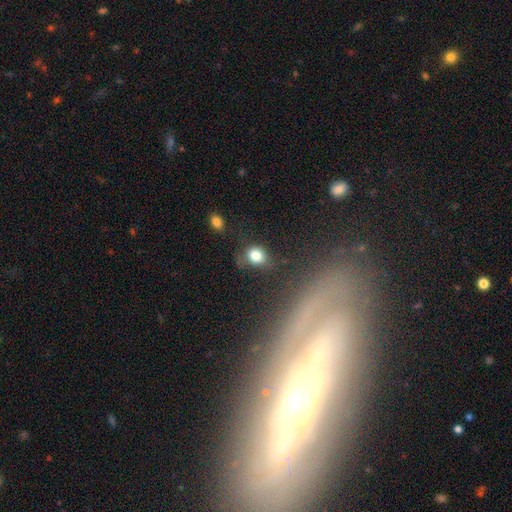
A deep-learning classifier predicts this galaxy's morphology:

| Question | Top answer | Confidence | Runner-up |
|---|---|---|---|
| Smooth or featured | smooth | 80% | star or artifact (11%) |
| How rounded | round | 60% | in between (39%) |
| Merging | none | 54% | minor disturbance (28%) |